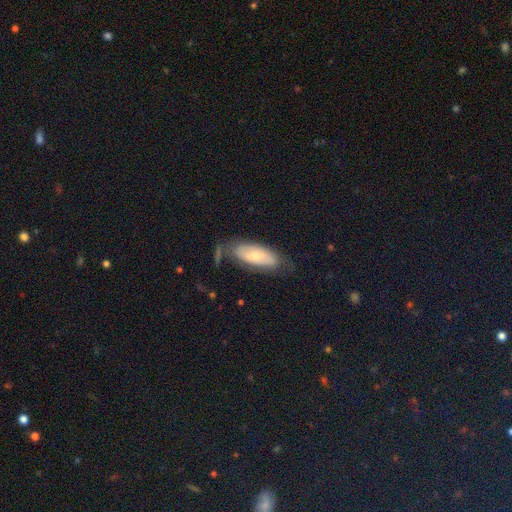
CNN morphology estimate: This appears to be a smooth galaxy with no disk features (53%) that is in between round and cigar-shaped (78%). Merging: none (57%).